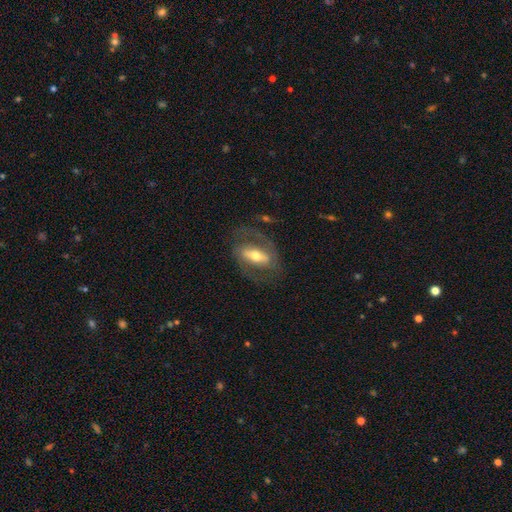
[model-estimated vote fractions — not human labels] featured or disk 71%, smooth 22%, star or artifact 6%. Down the decision tree: edge-on disk — no (87%); bar — strong (58%); spiral arms — yes (69%); bulge size — moderate (62%); merging — none (66%).